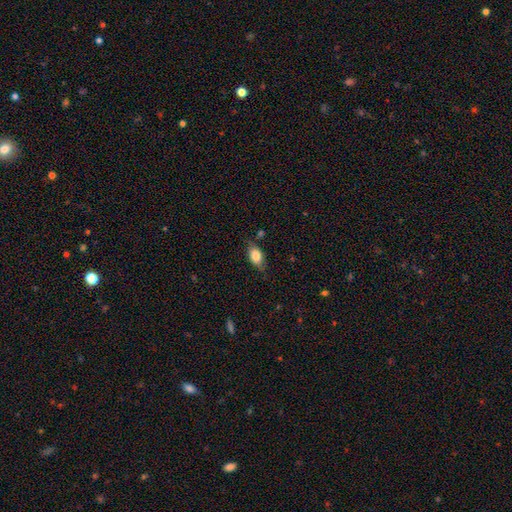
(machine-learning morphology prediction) This is clearly a smooth galaxy (82%). How rounded: clearly in between (88%). Merging: likely none (72%).